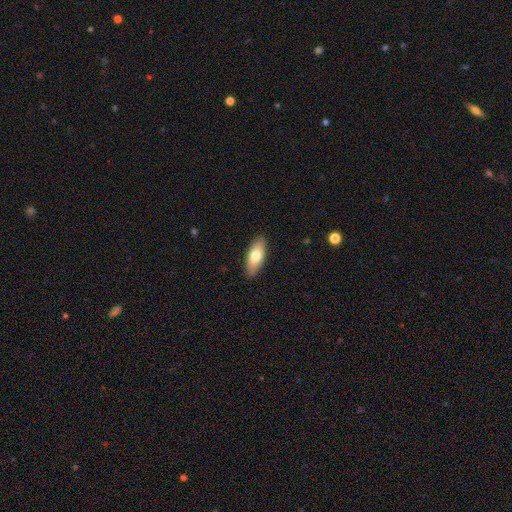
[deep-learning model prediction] Overall: smooth (73%). How rounded: in between (79%). Merging: none (89%).